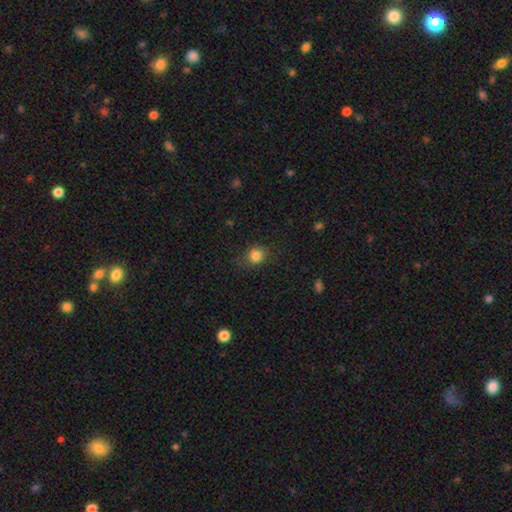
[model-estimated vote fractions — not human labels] Overall: smooth (82%). How rounded: round (75%). Merging: none (74%).